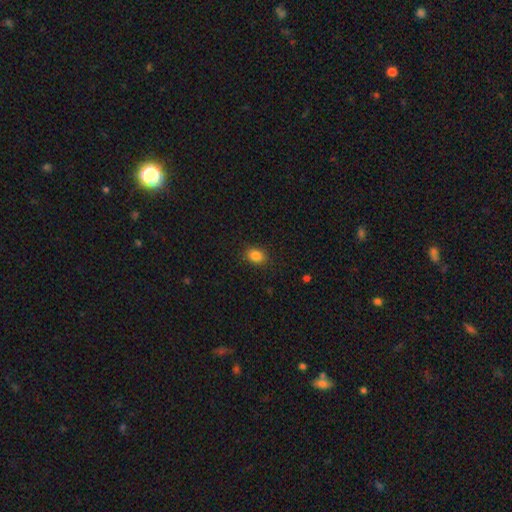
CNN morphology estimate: Smooth or featured: smooth — 85% (star or artifact — 10%)
How rounded: in between — 59% (round — 40%)
Merging: none — 88% (minor disturbance — 9%)